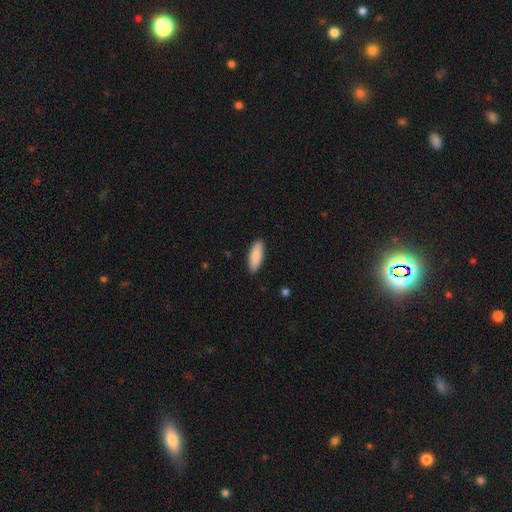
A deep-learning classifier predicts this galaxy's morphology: Overall: smooth (88%). How rounded: in between (69%; cigar-shaped 30%). Merging: none (89%).